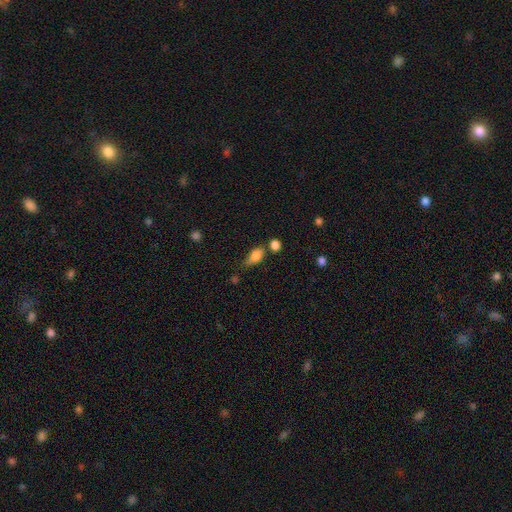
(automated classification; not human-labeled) Q: Smooth or featured?
A: smooth (79%); runner-up: featured or disk (12%)
Q: How rounded?
A: in between (79%); runner-up: round (11%)
Q: Merging?
A: none (46%); runner-up: minor disturbance (29%)